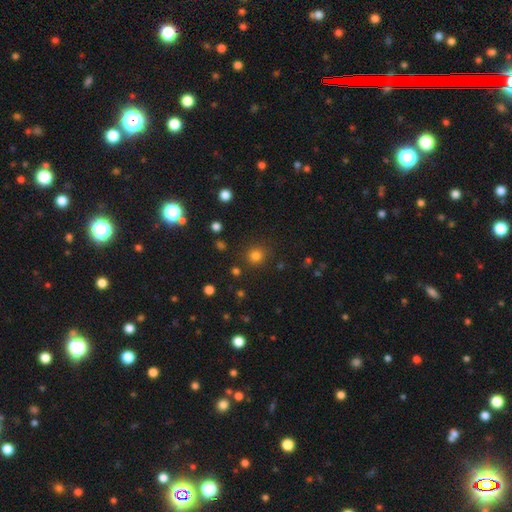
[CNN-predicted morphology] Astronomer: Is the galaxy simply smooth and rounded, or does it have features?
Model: smooth — 78%.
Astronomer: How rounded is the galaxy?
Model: round — 92%.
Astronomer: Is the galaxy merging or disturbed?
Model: none — 87%.